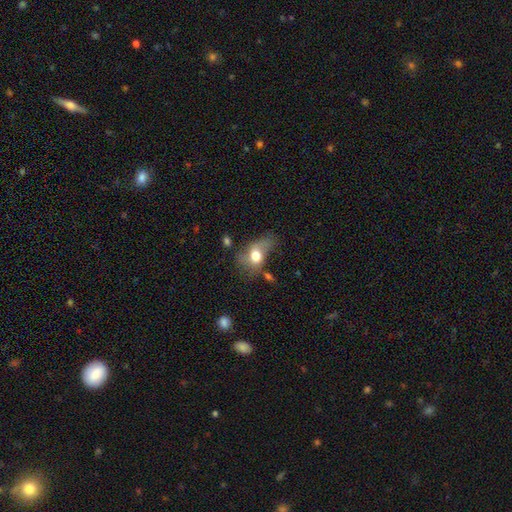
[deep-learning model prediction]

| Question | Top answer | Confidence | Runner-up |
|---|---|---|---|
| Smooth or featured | smooth | 64% | featured or disk (26%) |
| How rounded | in between | 75% | round (22%) |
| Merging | major disturbance | 36% | minor disturbance (28%) |